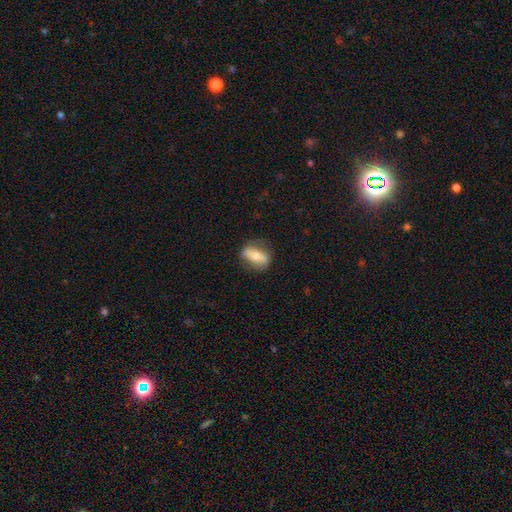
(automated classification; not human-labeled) smooth 47%, featured or disk 46%, star or artifact 7%. Down the decision tree: merging — none (73%).